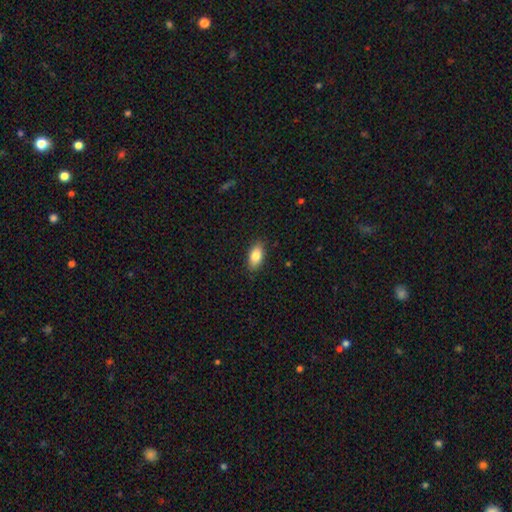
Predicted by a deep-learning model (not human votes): This appears to be a smooth galaxy with no disk features (82%) that is in between round and cigar-shaped (90%). Merging: none (87%).